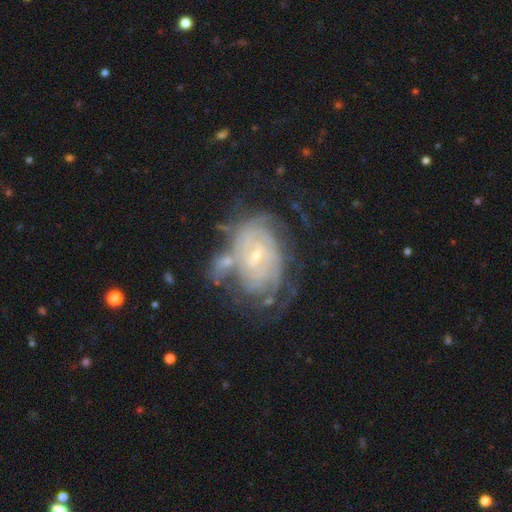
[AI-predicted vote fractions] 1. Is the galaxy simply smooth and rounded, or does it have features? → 84% featured or disk, 9% smooth, 7% star or artifact.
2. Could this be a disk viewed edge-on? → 97% no, 3% yes.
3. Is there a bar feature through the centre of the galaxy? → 45% weak, 43% no, 12% strong.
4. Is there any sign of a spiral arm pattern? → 93% yes, 7% no.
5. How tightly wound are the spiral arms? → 76% tight, 19% medium, 5% loose.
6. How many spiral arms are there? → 47% can't tell, 14% 2, 13% 4, 12% 3, 8% more than 4, 5% 1.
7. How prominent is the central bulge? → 75% small, 21% moderate, 2% none, 1% large, 1% dominant.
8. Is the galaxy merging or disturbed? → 45% none, 20% minor disturbance, 20% merger, 15% major disturbance.